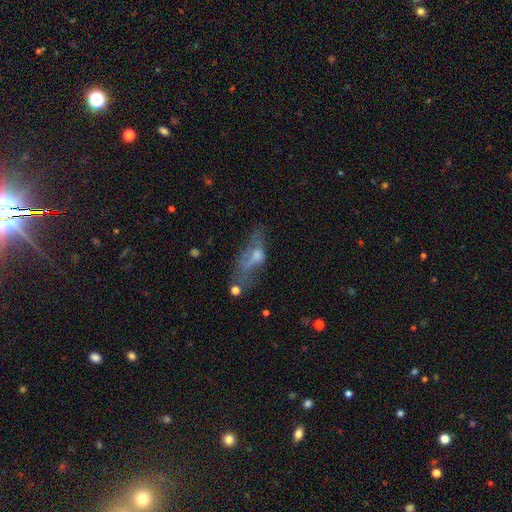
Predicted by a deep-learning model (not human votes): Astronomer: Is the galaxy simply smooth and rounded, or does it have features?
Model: featured or disk — 47% (runner-up: smooth, 38%).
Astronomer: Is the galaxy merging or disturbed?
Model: none — 35% (runner-up: major disturbance, 32%).